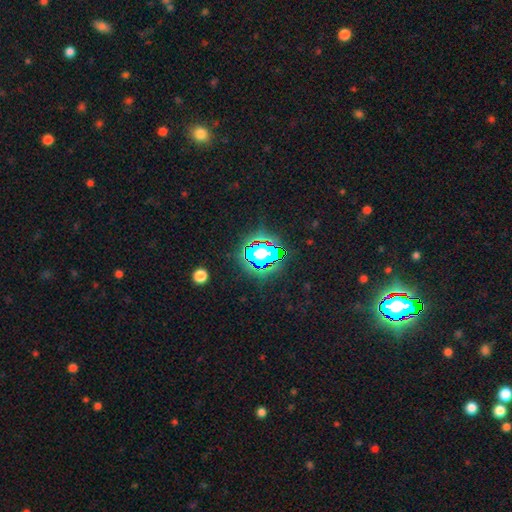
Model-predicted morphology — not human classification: Smooth or featured?
  - star or artifact: 81% *
  - smooth: 12%
  - featured or disk: 8%